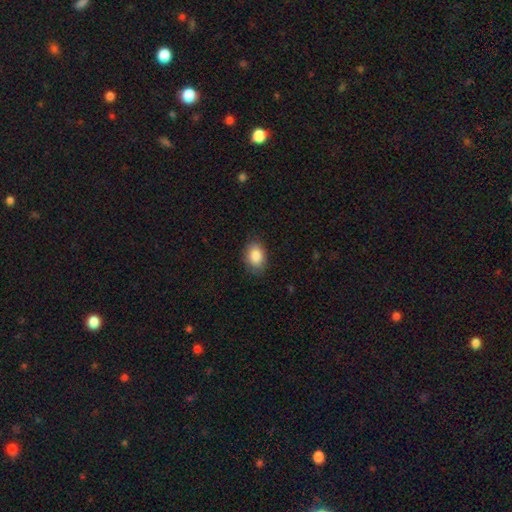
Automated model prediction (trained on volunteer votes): Smooth or featured? smooth (86%)
How rounded? in between (78%)
Merging? none (83%)